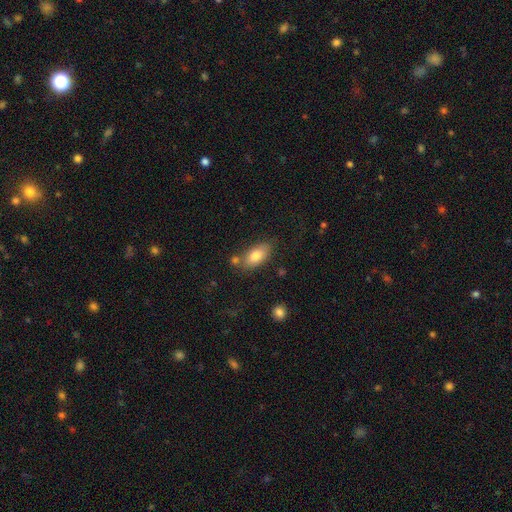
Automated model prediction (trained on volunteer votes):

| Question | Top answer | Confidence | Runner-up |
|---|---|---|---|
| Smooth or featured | smooth | 79% | featured or disk (14%) |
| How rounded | in between | 89% | cigar-shaped (7%) |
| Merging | none | 71% | minor disturbance (16%) |